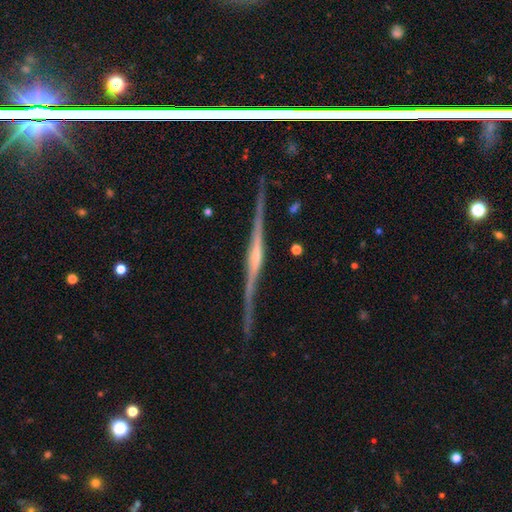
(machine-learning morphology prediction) This appears to be a featured or disk galaxy (86%) viewed edge-on (98%) with a rounded central bulge (54%). Merging: none (84%).